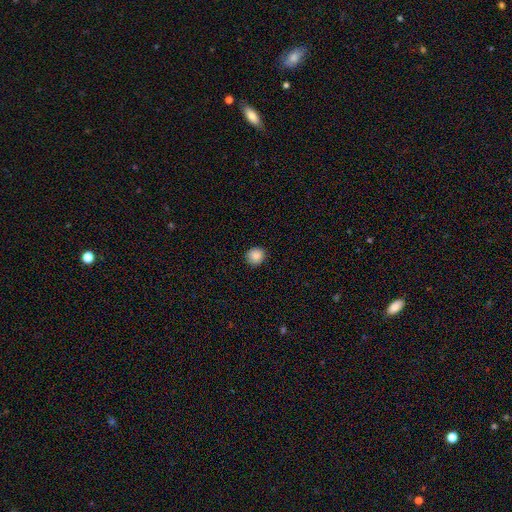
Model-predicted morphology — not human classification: smooth 87%, star or artifact 9%, featured or disk 4%. Down the decision tree: how rounded — round (92%); merging — none (91%).